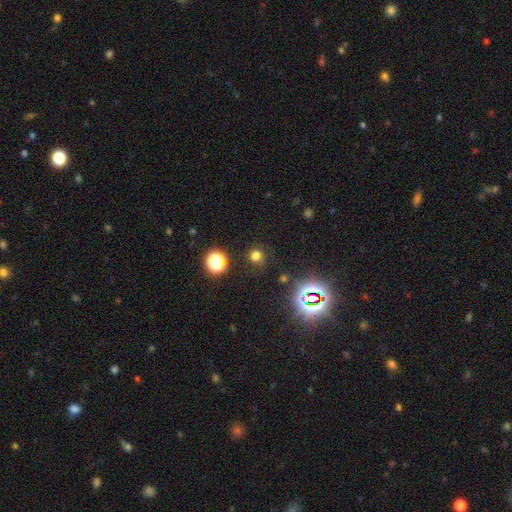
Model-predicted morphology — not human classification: This is likely a smooth galaxy (68%). How rounded: clearly round (89%). Merging: clearly none (81%).